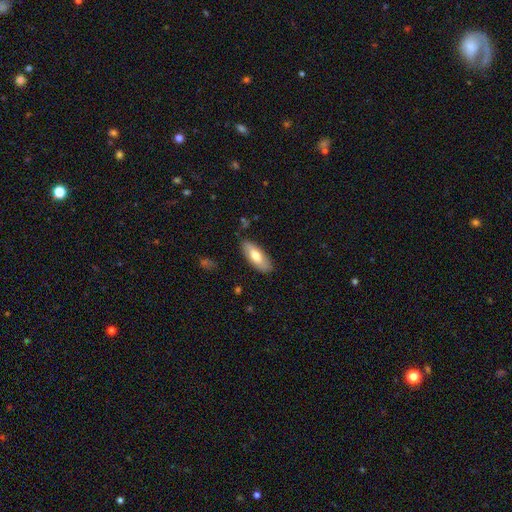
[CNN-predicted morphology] Smooth or featured?
  - smooth: 68% *
  - featured or disk: 26%
  - star or artifact: 6%
How rounded?
  - in between: 82% *
  - cigar-shaped: 16%
  - round: 2%
Merging?
  - none: 84% *
  - minor disturbance: 12%
  - major disturbance: 3%
  - merger: 1%